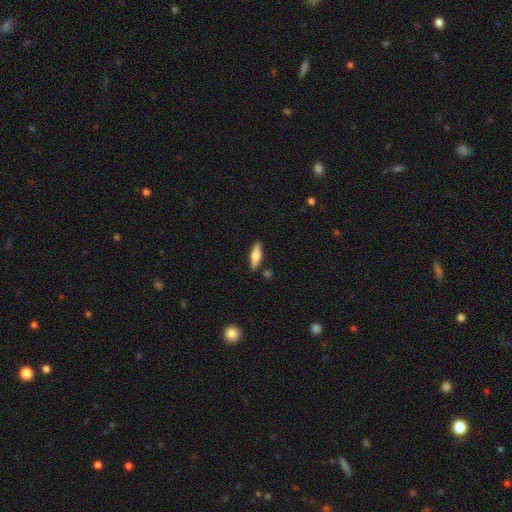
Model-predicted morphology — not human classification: The model was most divided on "how rounded": cigar-shaped: 51%, in between: 47%, round: 2%. More confident: merging — none (86%); smooth or featured — smooth (71%).